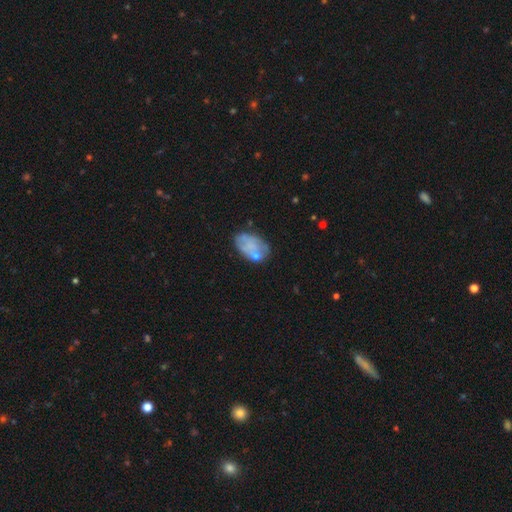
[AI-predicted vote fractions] Smooth or featured: smooth — 52% (featured or disk — 39%)
How rounded: in between — 89% (round — 10%)
Merging: none — 51% (minor disturbance — 26%)